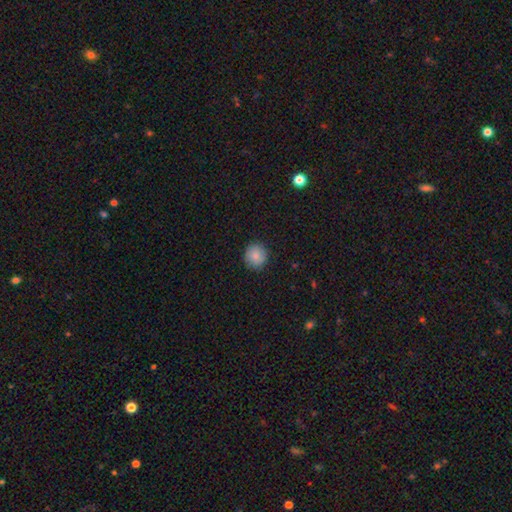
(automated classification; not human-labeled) smooth_or_featured: smooth (p=0.86) [alt: star or artifact p=0.08]
how_rounded: round (p=0.92) [alt: in between p=0.07]
merging: none (p=0.90) [alt: minor disturbance p=0.07]